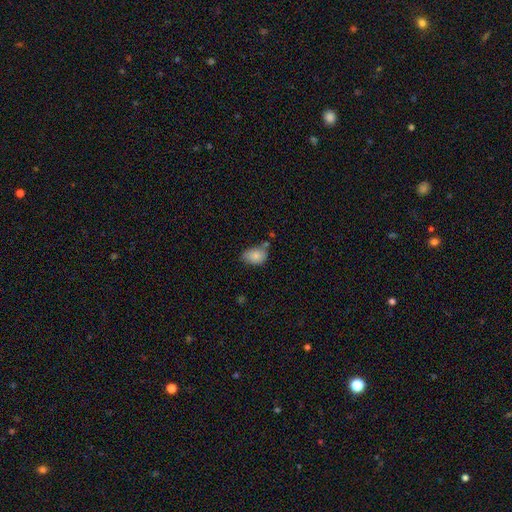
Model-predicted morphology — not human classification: Overall: smooth (83%). How rounded: in between (79%). Merging: none (56%; minor disturbance 28%).